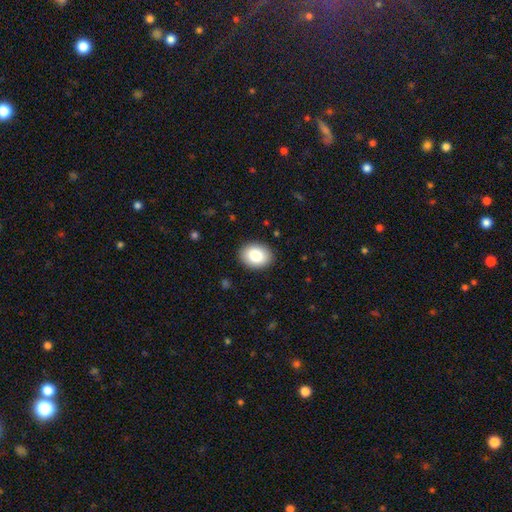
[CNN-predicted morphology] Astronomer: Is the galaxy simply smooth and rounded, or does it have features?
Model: smooth — 83%.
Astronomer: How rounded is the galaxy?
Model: in between — 55% (runner-up: round, 45%).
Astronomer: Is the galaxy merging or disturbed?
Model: none — 90%.